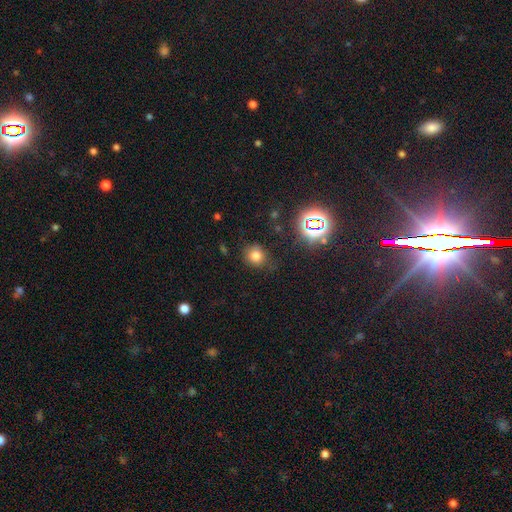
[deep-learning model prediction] Smooth or featured: smooth — 73% (star or artifact — 19%)
How rounded: round — 79% (in between — 20%)
Merging: none — 73% (minor disturbance — 18%)